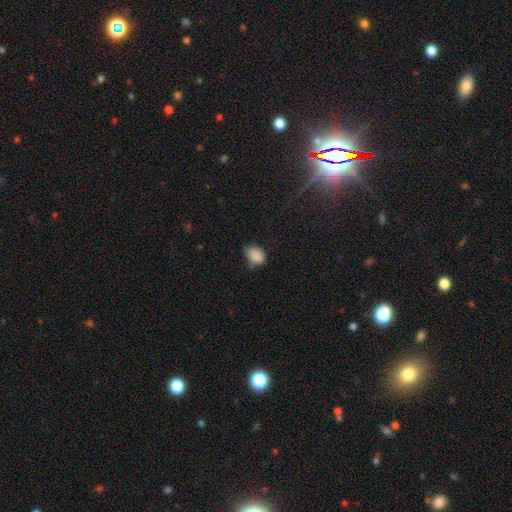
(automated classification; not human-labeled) Overall: smooth (87%). How rounded: in between (76%). Merging: none (57%; minor disturbance 33%).